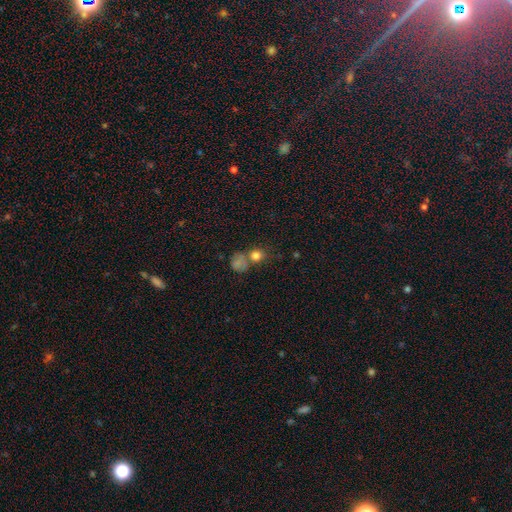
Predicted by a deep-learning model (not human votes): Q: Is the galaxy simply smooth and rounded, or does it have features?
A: smooth — 79%.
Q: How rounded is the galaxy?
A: round — 77%.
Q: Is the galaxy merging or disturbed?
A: none — 48%.